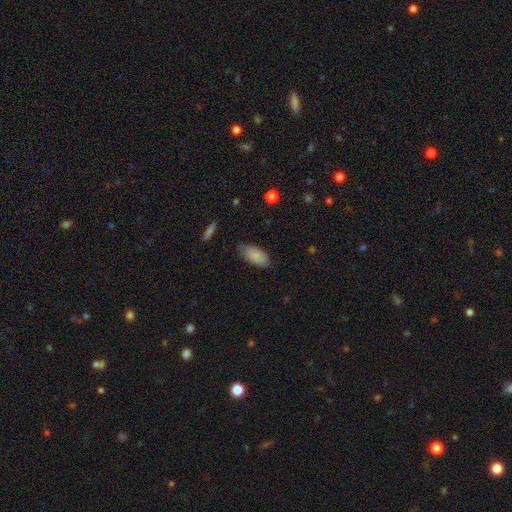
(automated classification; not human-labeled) smooth_or_featured: smooth (p=0.85) [alt: featured or disk p=0.08]
how_rounded: in between (p=0.91) [alt: cigar-shaped p=0.07]
merging: none (p=0.75) [alt: minor disturbance p=0.20]